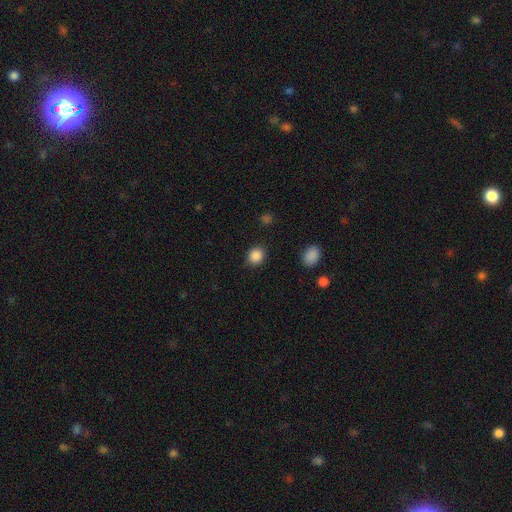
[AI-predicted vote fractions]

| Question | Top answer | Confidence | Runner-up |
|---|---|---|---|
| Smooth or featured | smooth | 88% | star or artifact (10%) |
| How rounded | round | 74% | in between (26%) |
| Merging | none | 88% | minor disturbance (8%) |